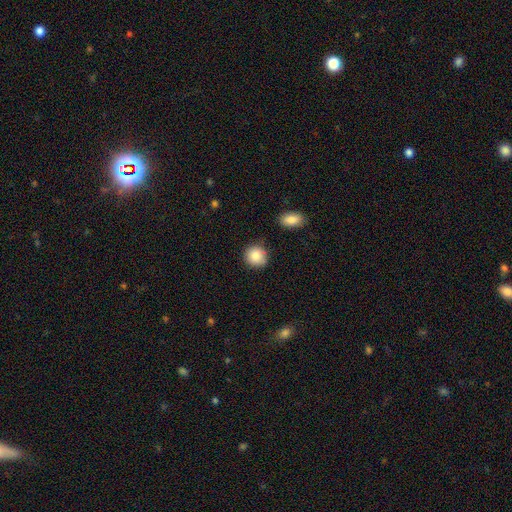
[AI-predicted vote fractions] smooth_or_featured: smooth (p=0.86) [alt: star or artifact p=0.08]
how_rounded: round (p=0.89) [alt: in between p=0.10]
merging: none (p=0.82) [alt: minor disturbance p=0.13]